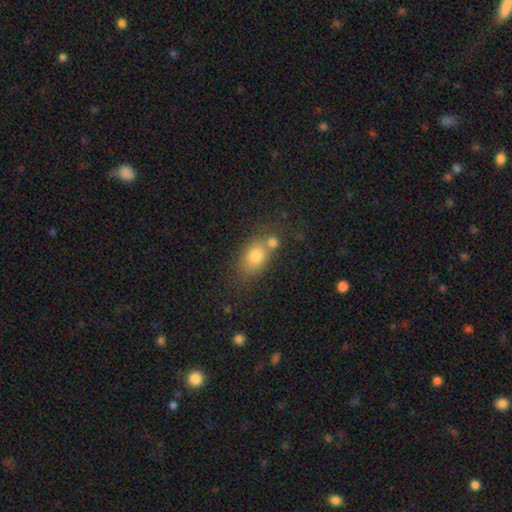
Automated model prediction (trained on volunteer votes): A smooth galaxy with no disk features (77%) that is in between round and cigar-shaped (72%).

Vote fractions:
- Smooth or featured? smooth: 77% / featured or disk: 12% / star or artifact: 11%
- How rounded? in between: 72% / round: 25% / cigar-shaped: 3%
- Merging? none: 53% / merger: 28% / minor disturbance: 14% / major disturbance: 5%